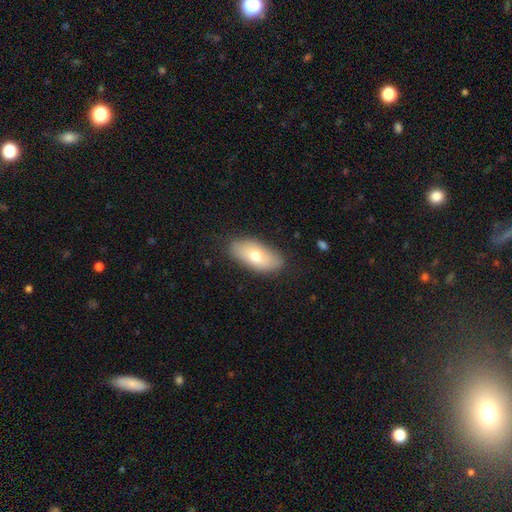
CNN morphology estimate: Smooth or featured? Predicted: smooth (p=0.71). How rounded? Predicted: in between (p=0.91). Merging? Predicted: none (p=0.84).